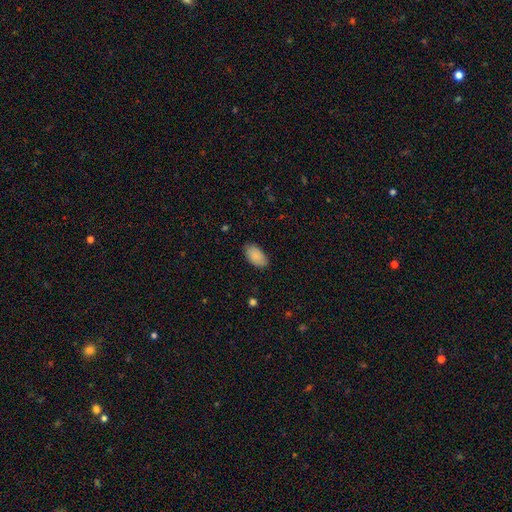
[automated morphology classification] The model was most divided on "merging": none: 83%, minor disturbance: 13%, major disturbance: 3%, merger: 1%. More confident: how rounded — in between (95%); smooth or featured — smooth (89%).